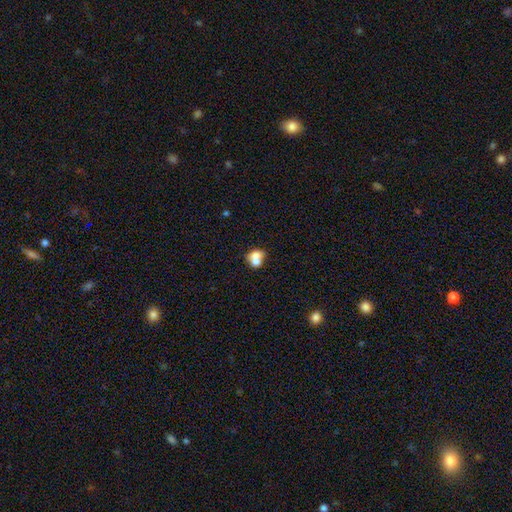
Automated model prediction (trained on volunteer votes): Morphology: type=smooth (67%); roundness=round (55%); merging=merger (59%).